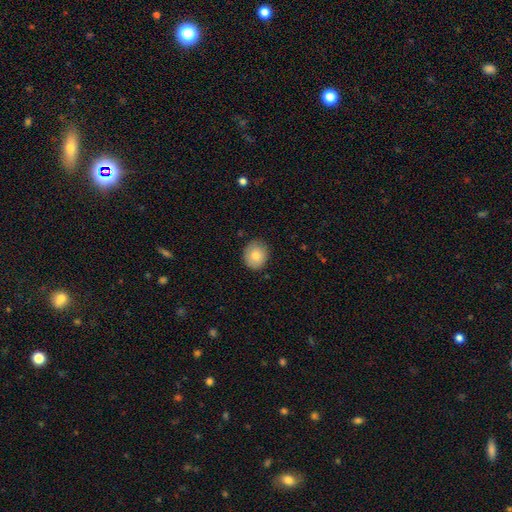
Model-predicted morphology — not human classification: This is clearly a smooth galaxy (82%). How rounded: likely round (76%). Merging: clearly none (85%).